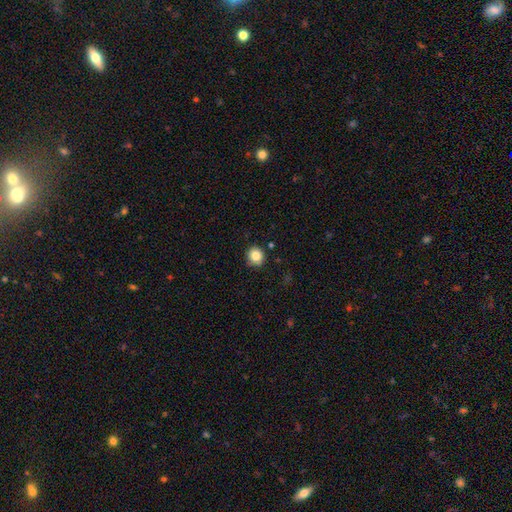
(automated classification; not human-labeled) A smooth galaxy with no disk features (84%) that is round (88%). Merging: none (87%).